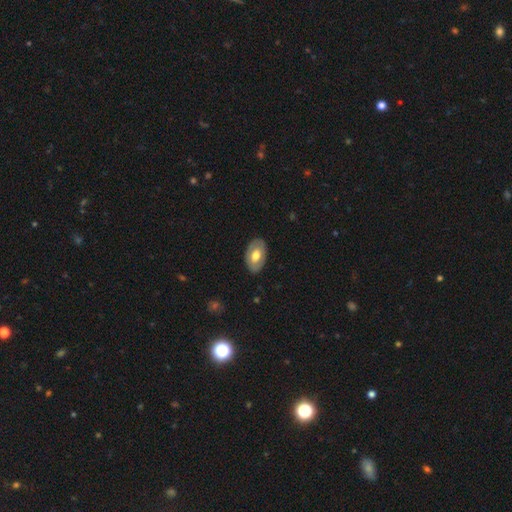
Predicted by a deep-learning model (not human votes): Q: Smooth or featured?
A: smooth (55%); runner-up: featured or disk (39%)
Q: How rounded?
A: in between (91%); runner-up: round (8%)
Q: Merging?
A: none (84%); runner-up: minor disturbance (12%)